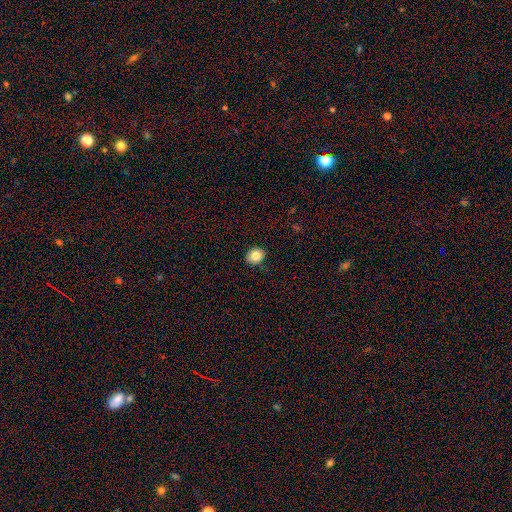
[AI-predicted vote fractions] A smooth galaxy with no disk features (83%) that is round (57%).

Vote fractions:
- Smooth or featured? smooth: 83% / star or artifact: 9% / featured or disk: 8%
- How rounded? round: 57% / in between: 42% / cigar-shaped: 1%
- Merging? none: 88% / minor disturbance: 9% / major disturbance: 2% / merger: 1%